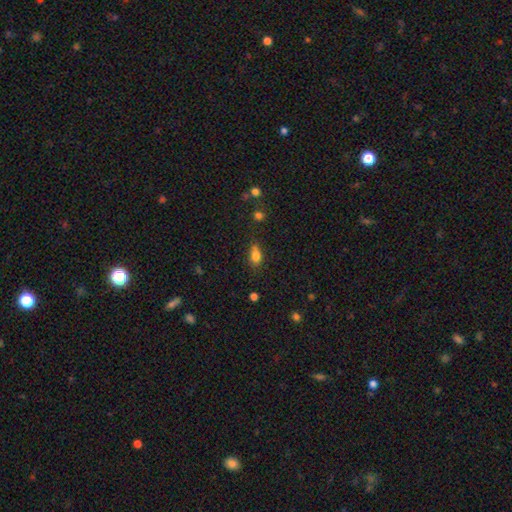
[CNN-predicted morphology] Smooth or featured: smooth — 79% (star or artifact — 12%)
How rounded: in between — 75% (round — 20%)
Merging: none — 57% (minor disturbance — 24%)